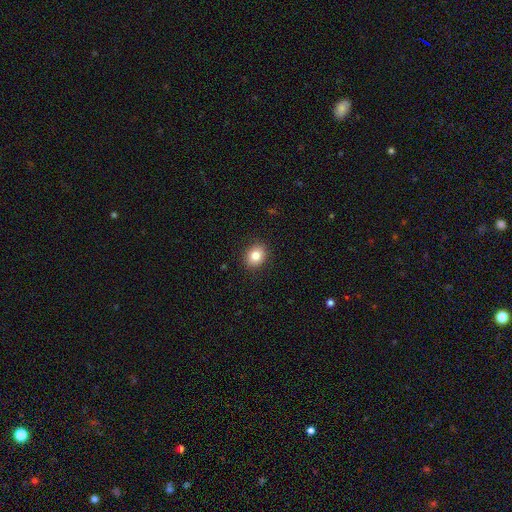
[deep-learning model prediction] The model was most divided on "how rounded": round: 58%, in between: 41%, cigar-shaped: 1%. More confident: merging — none (90%); smooth or featured — smooth (82%).